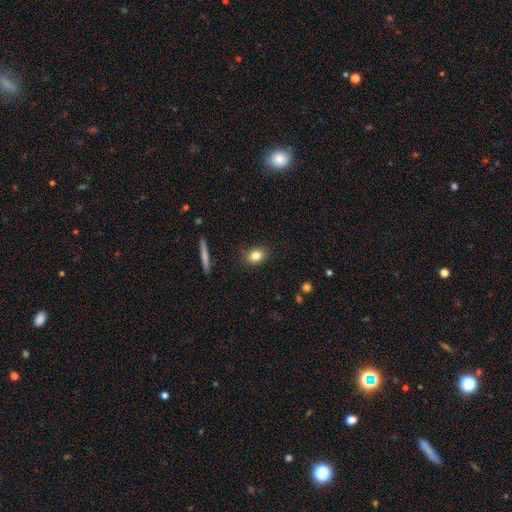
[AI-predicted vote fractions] Smooth or featured: smooth — 81% (star or artifact — 9%)
How rounded: in between — 58% (round — 39%)
Merging: none — 84% (minor disturbance — 12%)